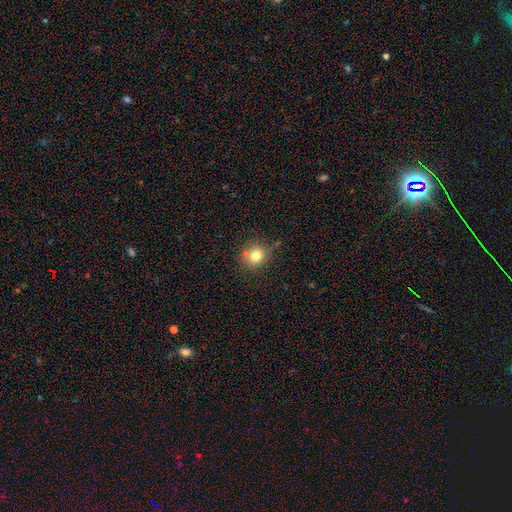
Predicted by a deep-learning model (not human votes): Q: Smooth or featured?
A: smooth (78%); runner-up: star or artifact (12%)
Q: How rounded?
A: round (81%); runner-up: in between (18%)
Q: Merging?
A: none (72%); runner-up: minor disturbance (16%)